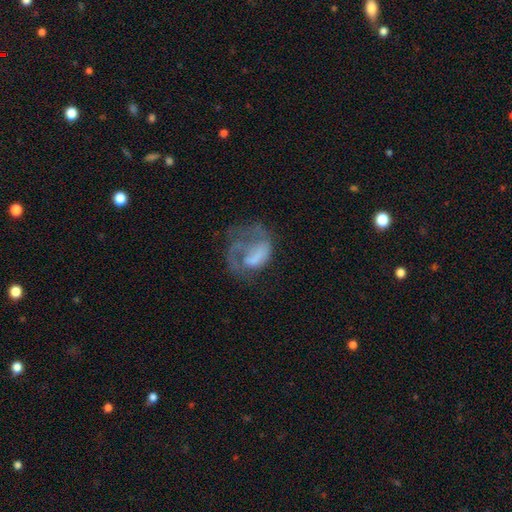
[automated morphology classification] Smooth or featured?
  - featured or disk: 59% *
  - smooth: 31%
  - star or artifact: 10%
Edge-on disk?
  - no: 98% *
  - yes: 2%
Bar?
  - no: 68% *
  - weak: 25%
  - strong: 8%
Spiral arms?
  - yes: 52% *
  - no: 48%
Bulge size?
  - none: 53% *
  - moderate: 18%
  - small: 17%
  - large: 9%
  - dominant: 2%
Merging?
  - major disturbance: 52% *
  - none: 27%
  - minor disturbance: 16%
  - merger: 5%